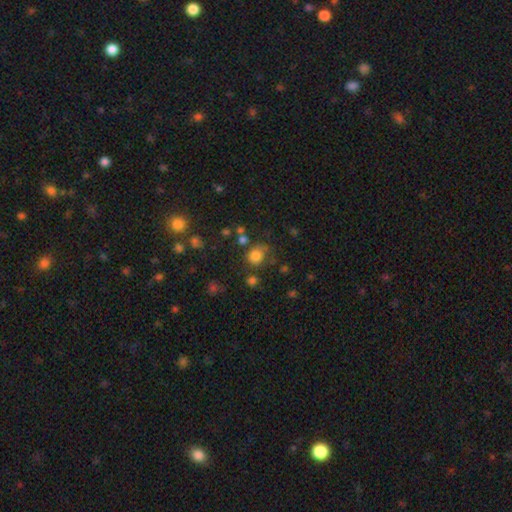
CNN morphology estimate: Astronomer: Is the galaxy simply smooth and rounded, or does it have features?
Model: smooth — 79%.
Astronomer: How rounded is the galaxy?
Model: round — 74%.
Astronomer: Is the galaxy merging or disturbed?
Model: none — 62%.